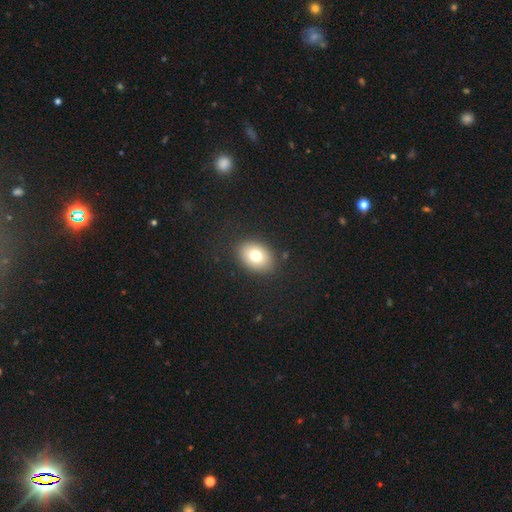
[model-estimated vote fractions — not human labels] Smooth or featured? smooth (76%)
How rounded? in between (73%)
Merging? none (87%)